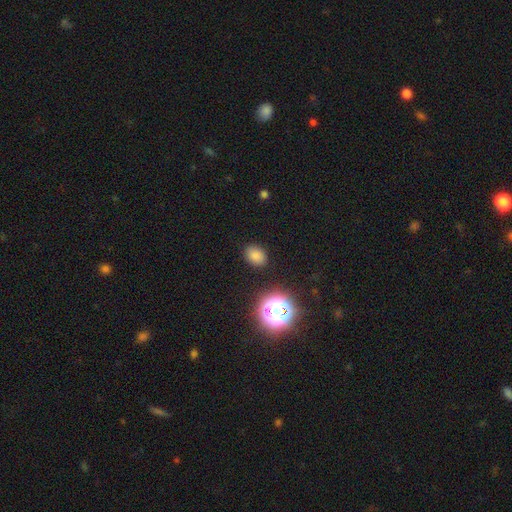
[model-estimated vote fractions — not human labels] A smooth galaxy with no disk features (78%) that is in between round and cigar-shaped (61%).

Vote fractions:
- Smooth or featured? smooth: 78% / star or artifact: 17% / featured or disk: 6%
- How rounded? in between: 61% / round: 38% / cigar-shaped: 1%
- Merging? none: 86% / minor disturbance: 10% / major disturbance: 3% / merger: 2%